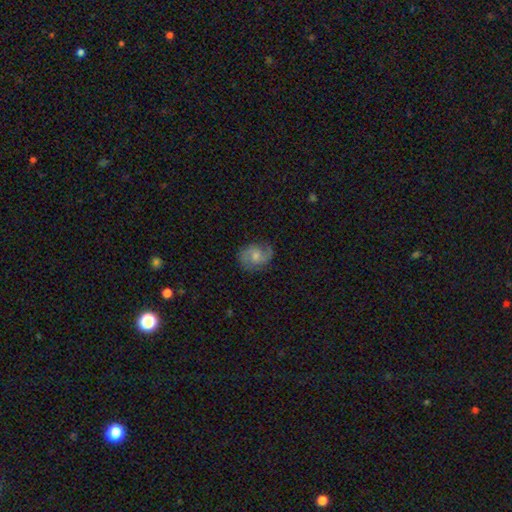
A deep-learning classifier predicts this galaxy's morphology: type=featured or disk (70%); edge-on=no (98%); bar=no (58%); spiral arms=yes (93%); winding=medium (52%); arm count=2 (87%); bulge=moderate (45%); merging=none (75%).